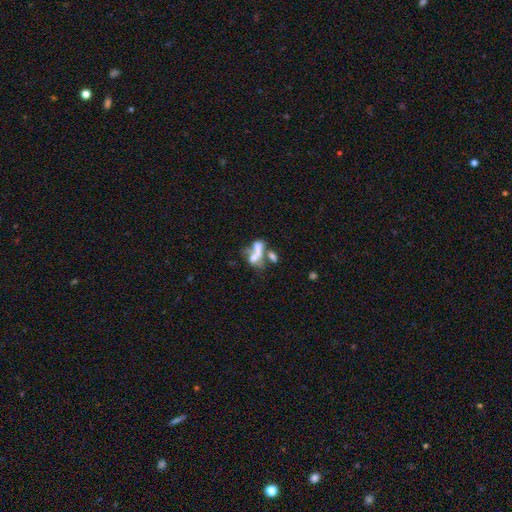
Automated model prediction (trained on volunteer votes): Smooth or featured? smooth (47%)
Merging? merger (61%)